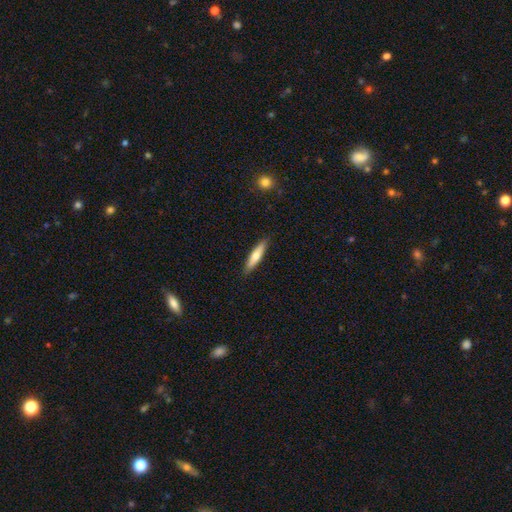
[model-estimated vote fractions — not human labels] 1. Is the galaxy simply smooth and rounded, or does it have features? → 62% smooth, 32% featured or disk, 6% star or artifact.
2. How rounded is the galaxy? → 81% cigar-shaped, 17% in between, 2% round.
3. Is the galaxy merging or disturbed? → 89% none, 8% minor disturbance, 2% major disturbance, 1% merger.